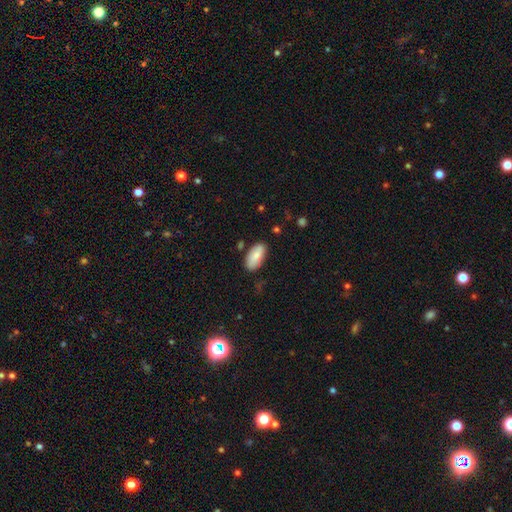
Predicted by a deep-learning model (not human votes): Q: Smooth or featured?
A: smooth (83%); runner-up: featured or disk (11%)
Q: How rounded?
A: in between (92%); runner-up: cigar-shaped (6%)
Q: Merging?
A: none (81%); runner-up: minor disturbance (14%)